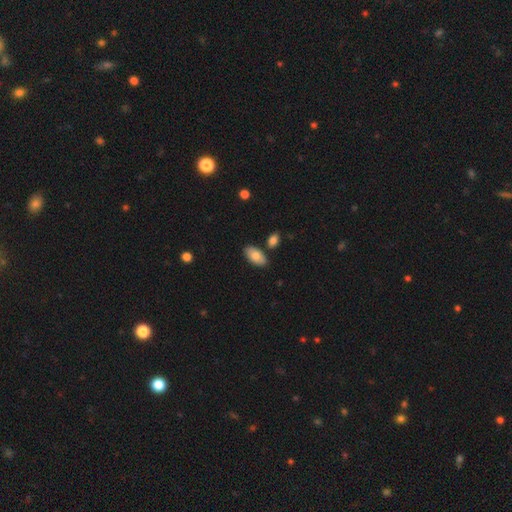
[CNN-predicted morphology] smooth 79%, featured or disk 15%, star or artifact 6%. Down the decision tree: how rounded — in between (95%); merging — none (82%).